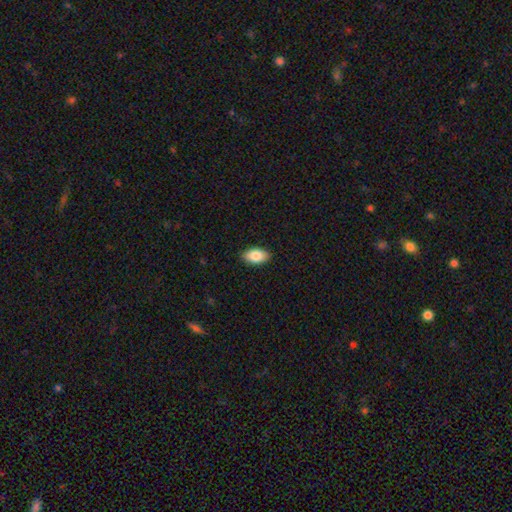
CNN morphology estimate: A smooth galaxy with no disk features (85%) that is in between round and cigar-shaped (93%).

Vote fractions:
- Smooth or featured? smooth: 85% / featured or disk: 8% / star or artifact: 7%
- How rounded? in between: 93% / round: 4% / cigar-shaped: 2%
- Merging? none: 89% / minor disturbance: 8% / major disturbance: 2% / merger: 1%